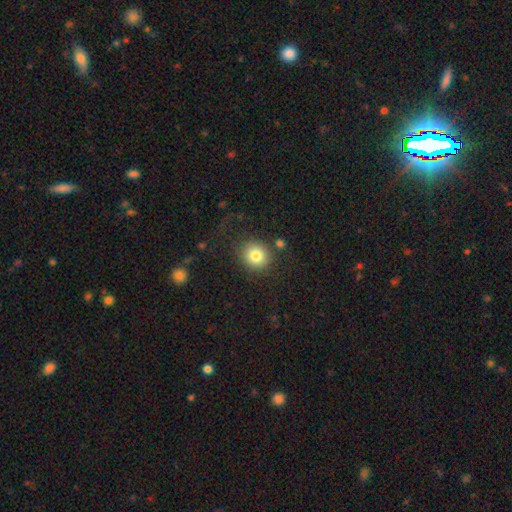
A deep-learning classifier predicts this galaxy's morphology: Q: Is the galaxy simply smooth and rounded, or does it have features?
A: smooth — 82%.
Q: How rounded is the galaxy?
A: round — 84%.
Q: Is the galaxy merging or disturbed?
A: none — 80%.